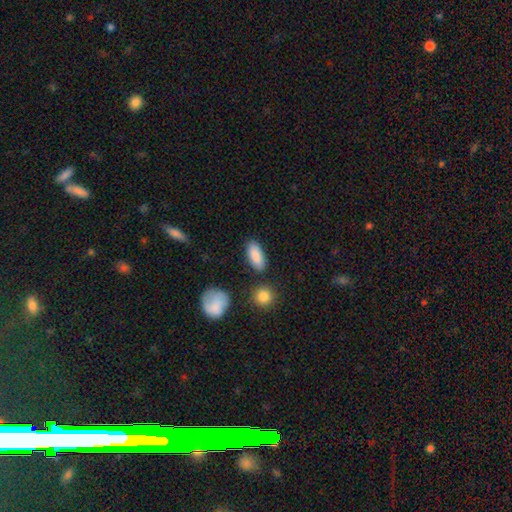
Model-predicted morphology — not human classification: Smooth or featured? smooth (88%)
How rounded? in between (82%)
Merging? none (83%)